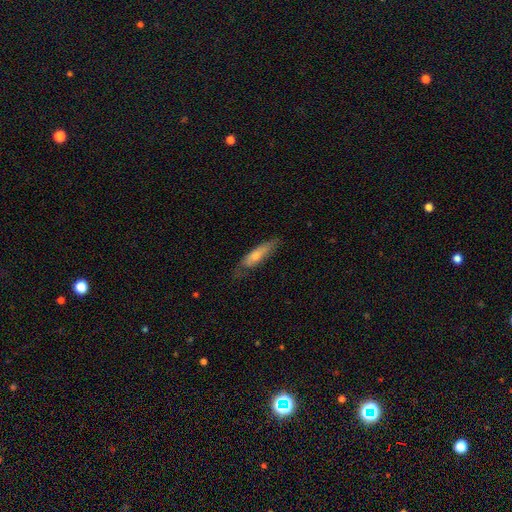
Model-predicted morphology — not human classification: A smooth galaxy with no disk features (66%) that is cigar-shaped (63%).

Vote fractions:
- Smooth or featured? smooth: 66% / featured or disk: 28% / star or artifact: 6%
- How rounded? cigar-shaped: 63% / in between: 35% / round: 2%
- Merging? none: 62% / minor disturbance: 27% / major disturbance: 9% / merger: 2%